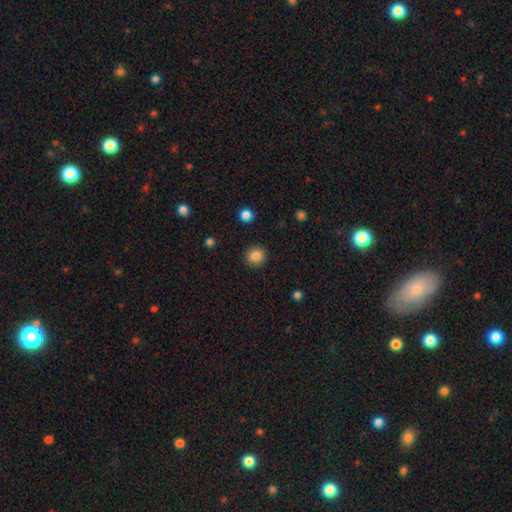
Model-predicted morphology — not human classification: The model was most divided on "how rounded": round: 85%, in between: 14%, cigar-shaped: 1%. More confident: merging — none (90%); smooth or featured — smooth (85%).